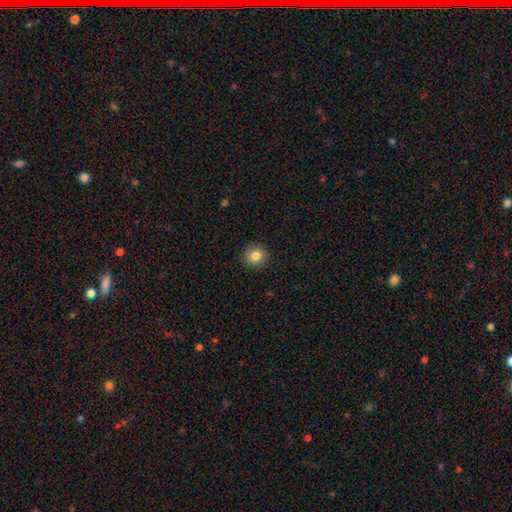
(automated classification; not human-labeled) smooth-or-featured: smooth: 83% | star or artifact: 10% | featured or disk: 7%
  how-rounded: round: 90% | in between: 9% | cigar-shaped: 1%
  merging: none: 91% | minor disturbance: 7% | major disturbance: 2% | merger: 1%